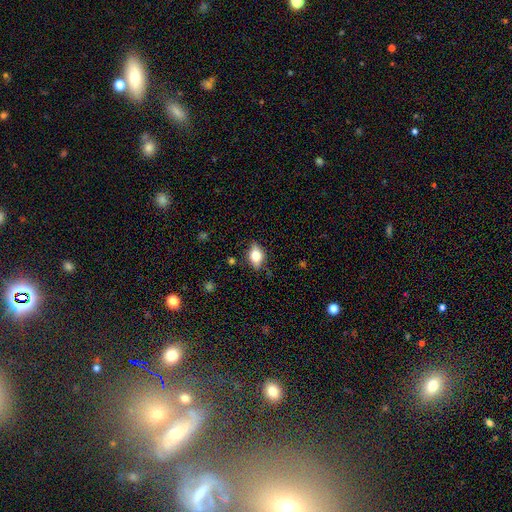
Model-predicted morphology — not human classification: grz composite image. It shows a smooth galaxy with no disk features (66%) that is in between round and cigar-shaped (79%). Merging: none (74%).